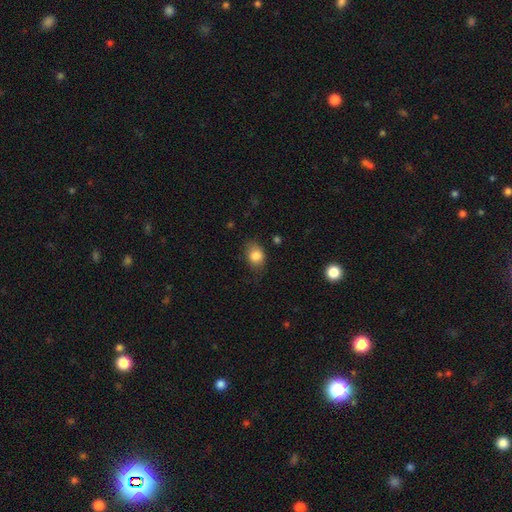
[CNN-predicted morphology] Smooth or featured? Predicted: smooth (p=0.83). How rounded? Predicted: in between (p=0.61). Merging? Predicted: none (p=0.65).